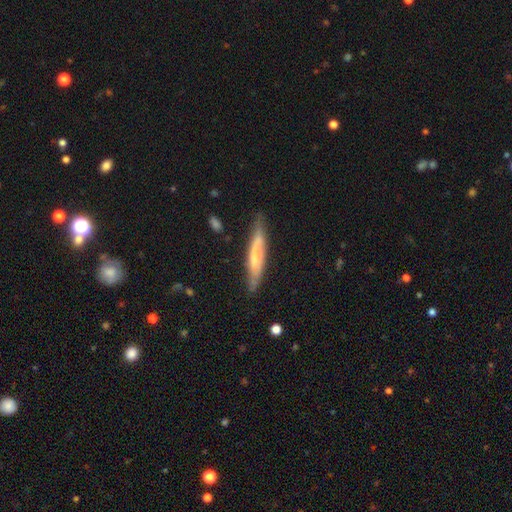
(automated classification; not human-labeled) A smooth galaxy with no disk features (48%). Merging: none (77%).